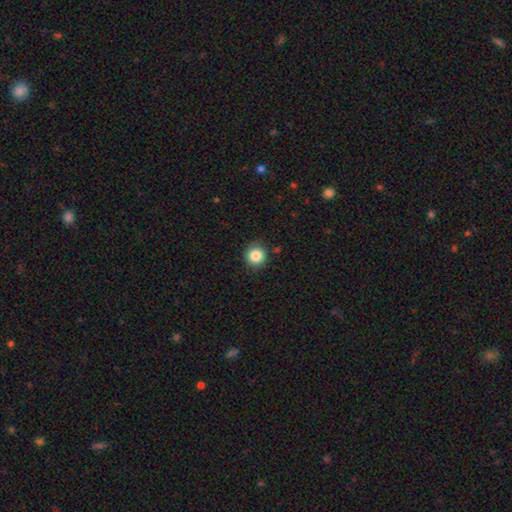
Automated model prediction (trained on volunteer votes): Smooth or featured? smooth (86%)
How rounded? round (94%)
Merging? none (88%)